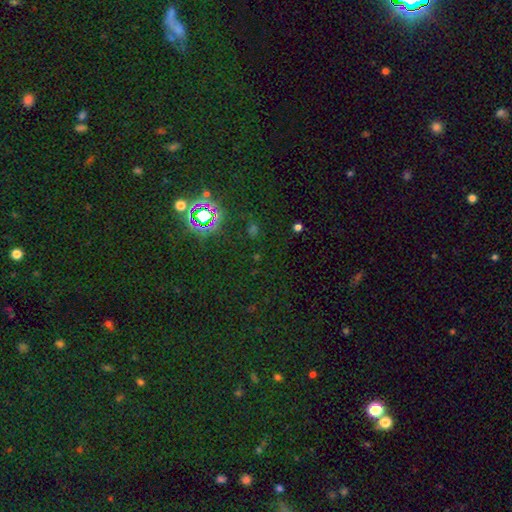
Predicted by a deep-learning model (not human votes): A star or artifact, not a galaxy (74%).

Vote fractions:
- Smooth or featured? star or artifact: 74% / smooth: 19% / featured or disk: 7%